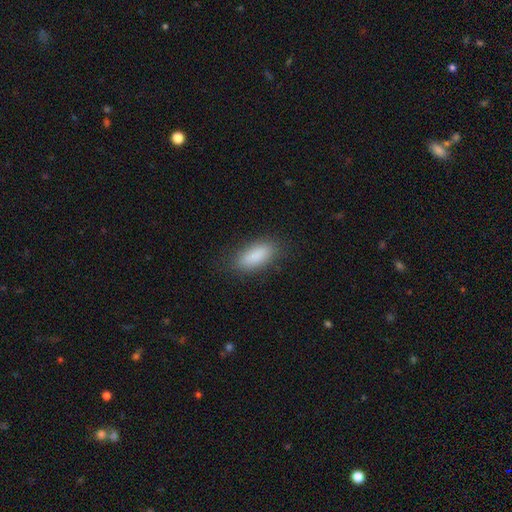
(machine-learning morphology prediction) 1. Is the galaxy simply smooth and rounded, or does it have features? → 87% smooth, 7% star or artifact, 6% featured or disk.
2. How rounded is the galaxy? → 80% in between, 18% cigar-shaped, 2% round.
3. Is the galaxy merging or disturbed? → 83% none, 12% minor disturbance, 4% major disturbance, 1% merger.